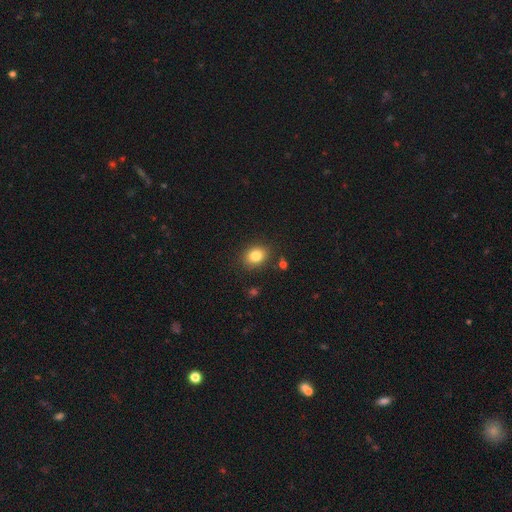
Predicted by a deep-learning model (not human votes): Morphology: type=smooth (84%); roundness=in between (58%); merging=none (86%).